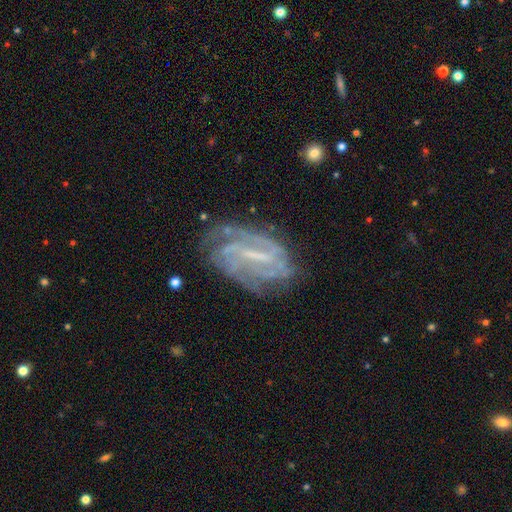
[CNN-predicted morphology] This appears to be a featured or disk galaxy (79%) with a strong bar (48%), tight (54%) spiral arms (91%) and a small central bulge (48%). Merging: none (72%).